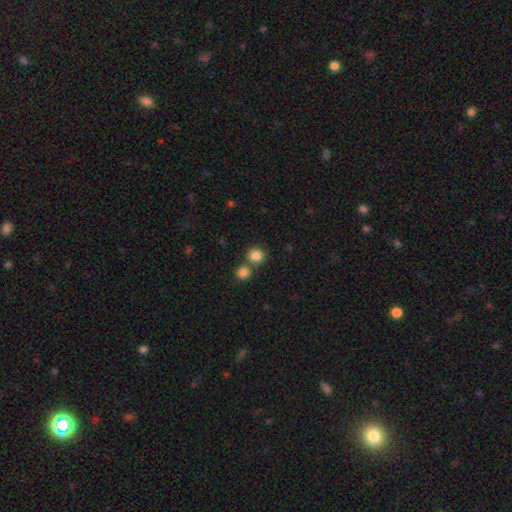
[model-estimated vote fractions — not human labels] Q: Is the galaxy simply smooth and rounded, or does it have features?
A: smooth — 84%.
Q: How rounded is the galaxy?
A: round — 88%.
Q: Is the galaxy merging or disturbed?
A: none — 63%.